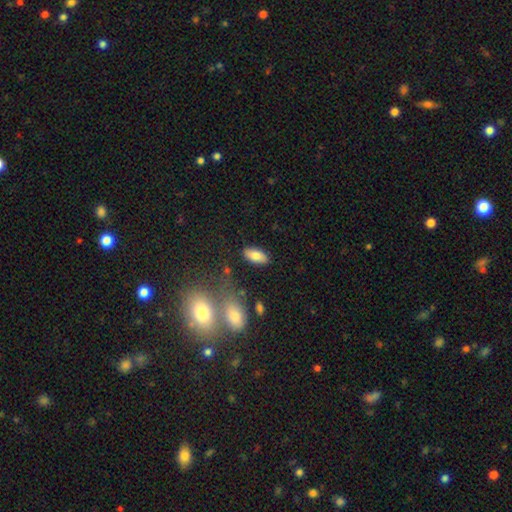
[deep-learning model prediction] A smooth galaxy with no disk features (81%) that is in between round and cigar-shaped (90%). Merging: none (84%).